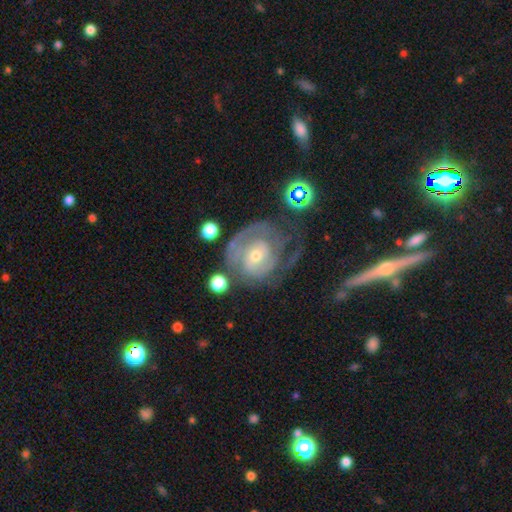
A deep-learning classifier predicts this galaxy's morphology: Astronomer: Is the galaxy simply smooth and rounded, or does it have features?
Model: featured or disk — 78%.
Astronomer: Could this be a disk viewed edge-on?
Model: no — 97%.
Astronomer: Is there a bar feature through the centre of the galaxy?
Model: no — 61%.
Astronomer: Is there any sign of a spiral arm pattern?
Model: yes — 84%.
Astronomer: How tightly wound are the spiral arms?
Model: tight — 58%.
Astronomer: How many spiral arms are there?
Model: can't tell — 40% (runner-up: 2, 32%).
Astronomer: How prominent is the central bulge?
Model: small — 57% (runner-up: moderate, 38%).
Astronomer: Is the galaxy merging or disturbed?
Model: none — 46% (runner-up: major disturbance, 26%).